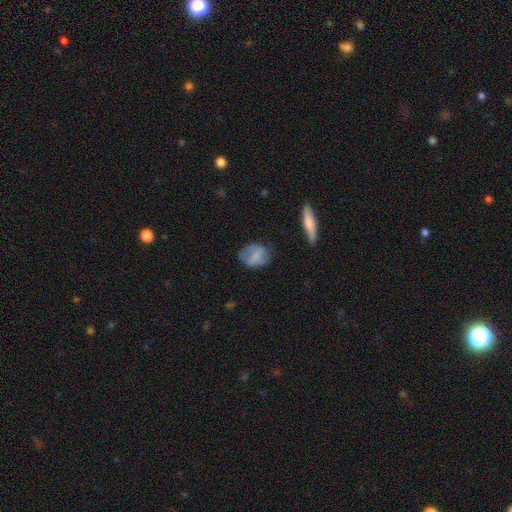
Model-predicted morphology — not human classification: Overall: smooth (68%). How rounded: in between (62%; round 36%). Merging: none (63%; minor disturbance 25%).